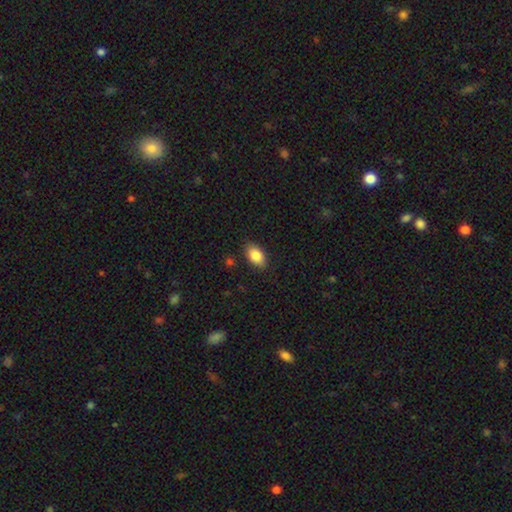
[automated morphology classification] This is clearly a smooth galaxy (85%). How rounded: clearly in between (90%). Merging: clearly none (85%).